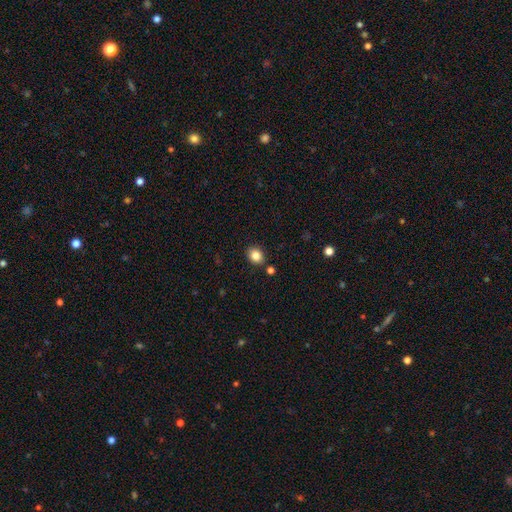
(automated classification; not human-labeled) smooth-or-featured: smooth: 84% | star or artifact: 10% | featured or disk: 6%
  how-rounded: round: 59% | in between: 40% | cigar-shaped: 1%
  merging: none: 86% | minor disturbance: 8% | merger: 4% | major disturbance: 2%